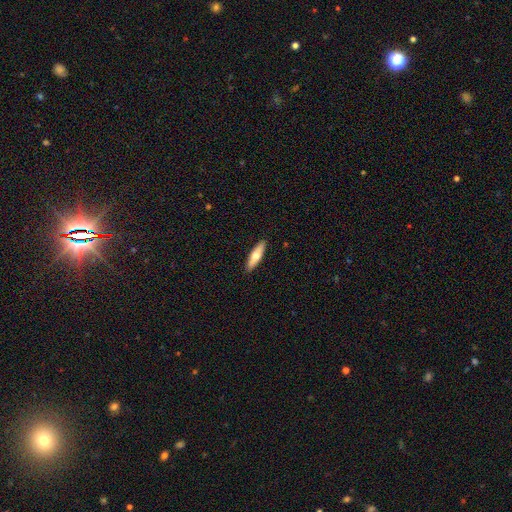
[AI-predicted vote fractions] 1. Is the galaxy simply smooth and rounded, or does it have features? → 62% smooth, 33% featured or disk, 6% star or artifact.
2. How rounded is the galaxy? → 67% cigar-shaped, 31% in between, 2% round.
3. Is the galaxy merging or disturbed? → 91% none, 7% minor disturbance, 1% major disturbance, 1% merger.